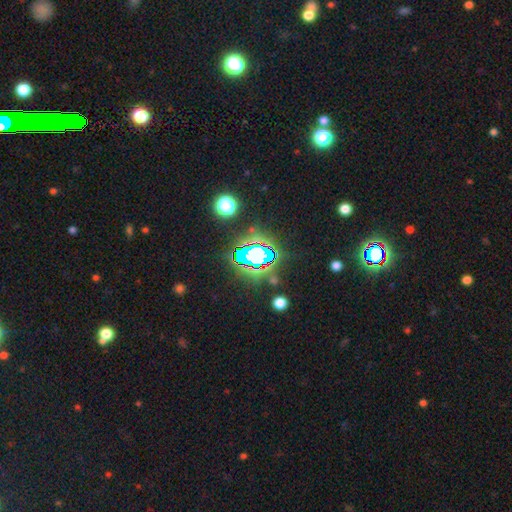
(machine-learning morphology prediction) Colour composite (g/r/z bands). It shows a star or artifact, not a galaxy (68%).